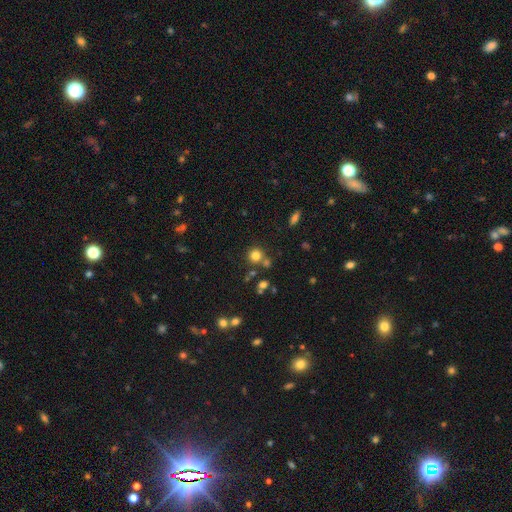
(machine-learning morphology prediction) Smooth or featured: smooth — 78% (star or artifact — 15%)
How rounded: round — 91% (in between — 8%)
Merging: none — 68% (merger — 19%)